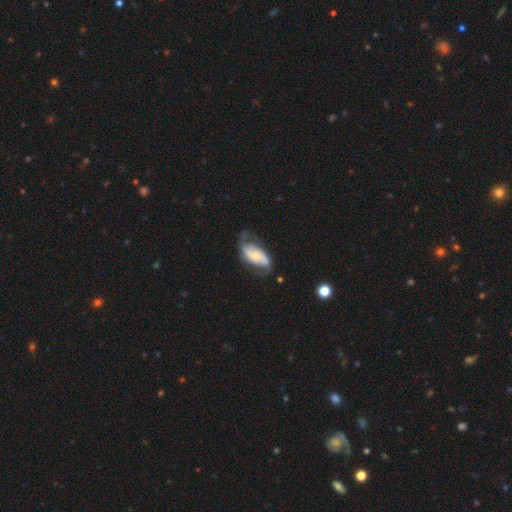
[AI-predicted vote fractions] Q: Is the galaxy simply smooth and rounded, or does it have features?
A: featured or disk — 69%.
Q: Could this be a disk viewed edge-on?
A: no — 94%.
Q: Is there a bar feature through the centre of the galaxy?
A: no — 57%.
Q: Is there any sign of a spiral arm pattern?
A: yes — 85%.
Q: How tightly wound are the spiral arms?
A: loose — 48%.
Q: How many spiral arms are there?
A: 2 — 83%.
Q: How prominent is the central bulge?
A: small — 53%.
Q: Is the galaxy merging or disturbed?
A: none — 54%.